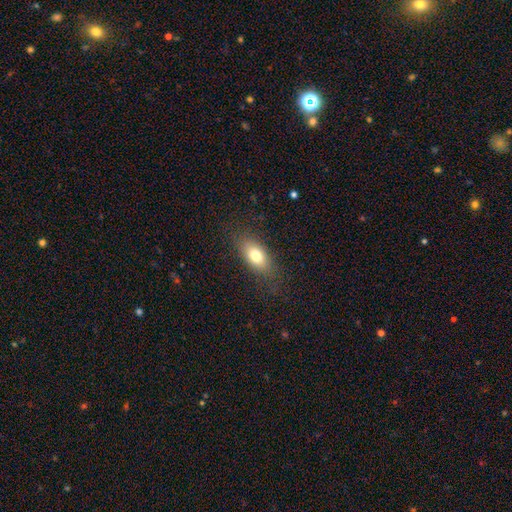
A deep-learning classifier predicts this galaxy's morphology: Smooth or featured: smooth — 76% (featured or disk — 15%)
How rounded: in between — 84% (cigar-shaped — 9%)
Merging: none — 81% (minor disturbance — 13%)